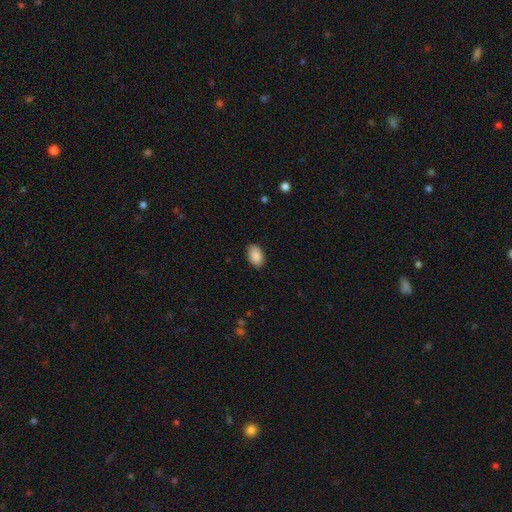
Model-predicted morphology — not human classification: Smooth or featured: smooth — 90% (star or artifact — 7%)
How rounded: in between — 92% (round — 7%)
Merging: none — 88% (minor disturbance — 9%)